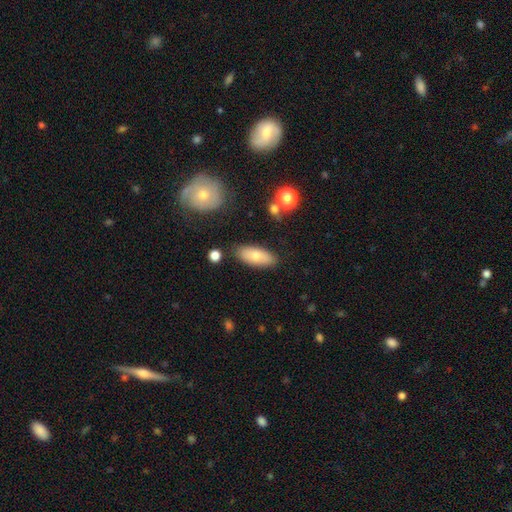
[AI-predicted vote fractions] This appears to be a smooth galaxy with no disk features (71%) that is in between round and cigar-shaped (82%). Merging: none (83%).